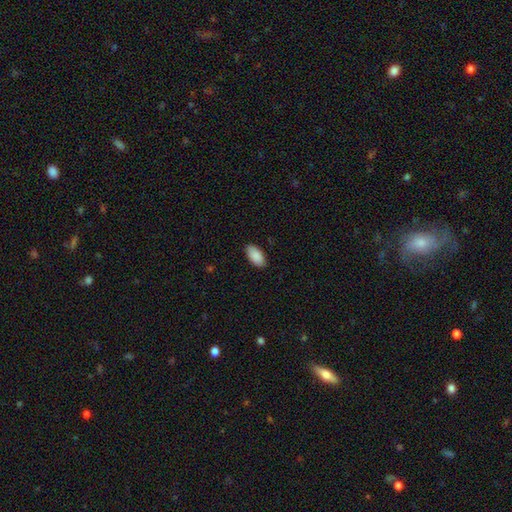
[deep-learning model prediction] A smooth galaxy with no disk features (91%) that is in between round and cigar-shaped (95%).

Vote fractions:
- Smooth or featured? smooth: 91% / star or artifact: 6% / featured or disk: 3%
- How rounded? in between: 95% / cigar-shaped: 3% / round: 2%
- Merging? none: 88% / minor disturbance: 9% / major disturbance: 2% / merger: 1%